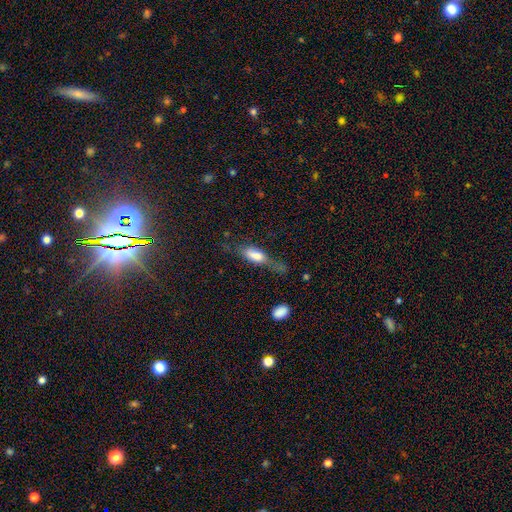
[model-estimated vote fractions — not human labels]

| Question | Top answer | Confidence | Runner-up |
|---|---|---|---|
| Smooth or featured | smooth | 65% | featured or disk (26%) |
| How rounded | in between | 58% | cigar-shaped (37%) |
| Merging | none | 35% | major disturbance (31%) |